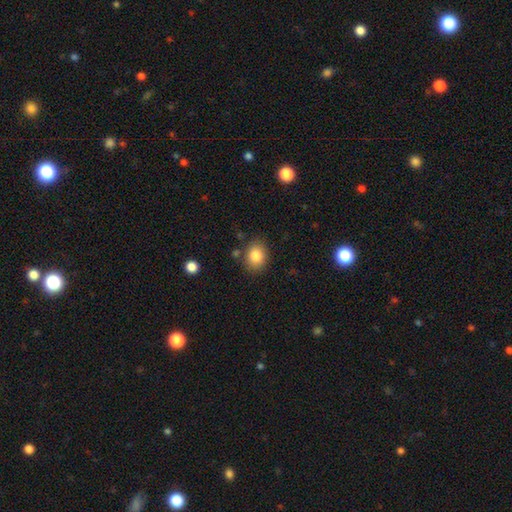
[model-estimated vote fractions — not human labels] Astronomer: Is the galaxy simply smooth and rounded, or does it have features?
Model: smooth — 84%.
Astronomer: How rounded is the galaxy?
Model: in between — 56% (runner-up: round, 43%).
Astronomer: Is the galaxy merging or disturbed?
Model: none — 81%.